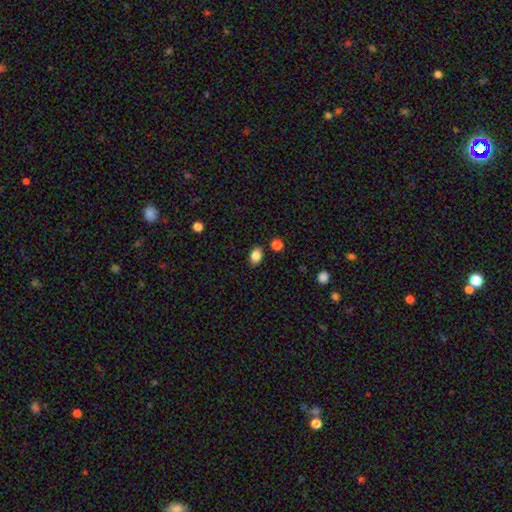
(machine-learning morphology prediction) type=smooth (85%); roundness=in between (78%); merging=none (86%).